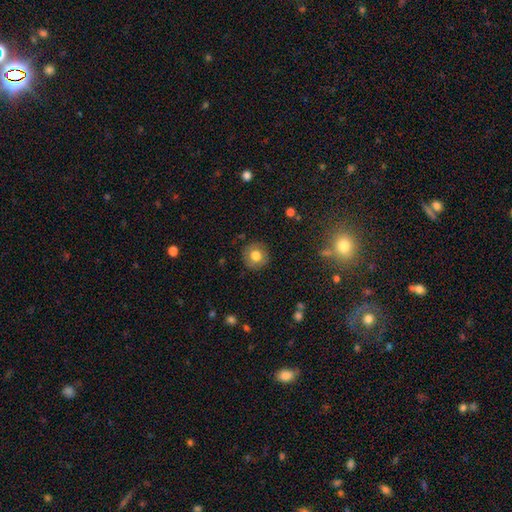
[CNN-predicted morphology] This is likely a smooth galaxy (76%). How rounded: clearly round (92%). Merging: clearly none (89%).